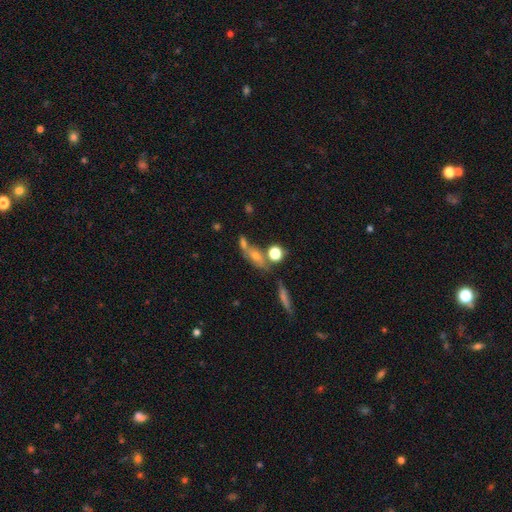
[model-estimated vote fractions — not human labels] smooth 45%, featured or disk 37%, star or artifact 18%. Down the decision tree: merging — none (46%).